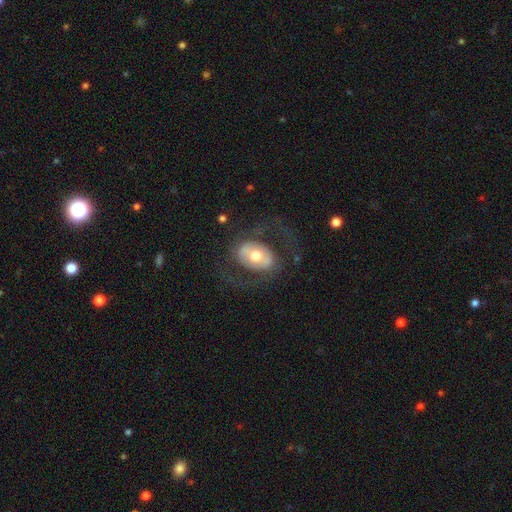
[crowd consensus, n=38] Smooth or featured: featured or disk — 66% (smooth — 32%)
Edge-on disk: no — 100%
Bar: no — 68% (weak — 20%)
Spiral arms: yes — 88% (no — 12%)
Spiral winding: medium — 59% (loose — 27%)
Spiral arm count: 2 — 95% (can't tell — 5%)
Bulge size: moderate — 76% (large — 16%)
Merging: none — 70% (minor disturbance — 19%)